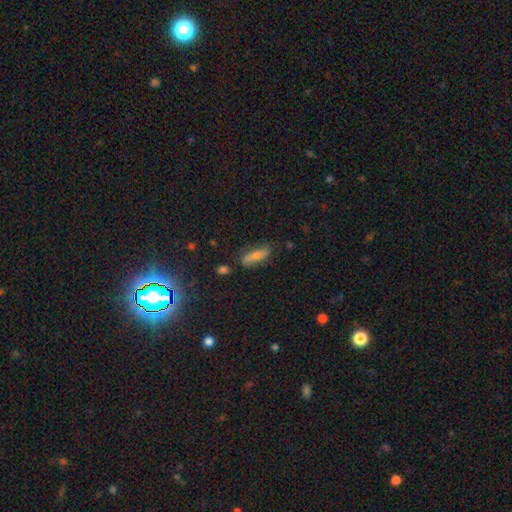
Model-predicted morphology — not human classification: Smooth or featured?
  - smooth: 47% *
  - featured or disk: 33%
  - star or artifact: 20%
Merging?
  - none: 74% *
  - minor disturbance: 18%
  - major disturbance: 5%
  - merger: 3%